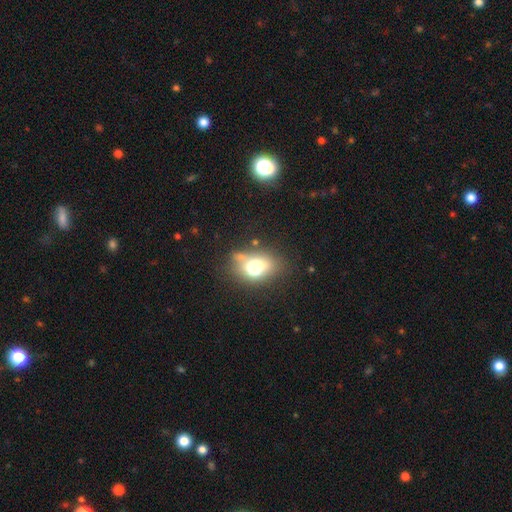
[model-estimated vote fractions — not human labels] This appears to be a smooth galaxy with no disk features (57%) that is in between round and cigar-shaped (67%). Merging: none (79%).